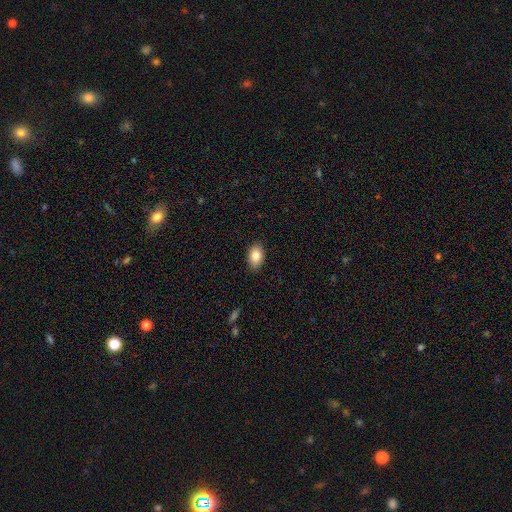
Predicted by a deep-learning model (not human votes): Overall: smooth (84%). How rounded: in between (88%). Merging: none (87%).